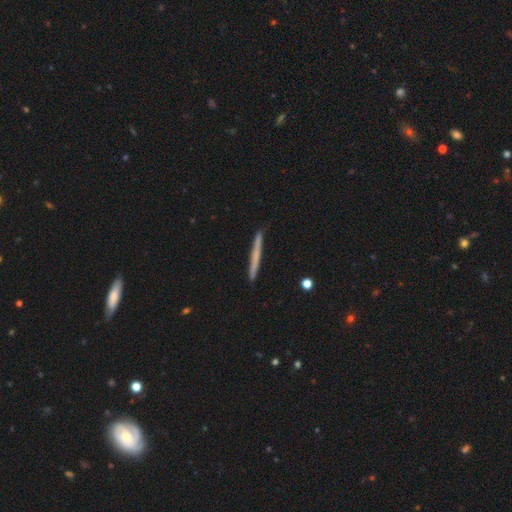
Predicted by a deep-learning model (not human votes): A smooth galaxy with no disk features (53%) that is cigar-shaped (97%).

Vote fractions:
- Smooth or featured? smooth: 53% / featured or disk: 41% / star or artifact: 6%
- How rounded? cigar-shaped: 97% / in between: 2% / round: 1%
- Merging? none: 92% / minor disturbance: 6% / major disturbance: 1% / merger: 1%